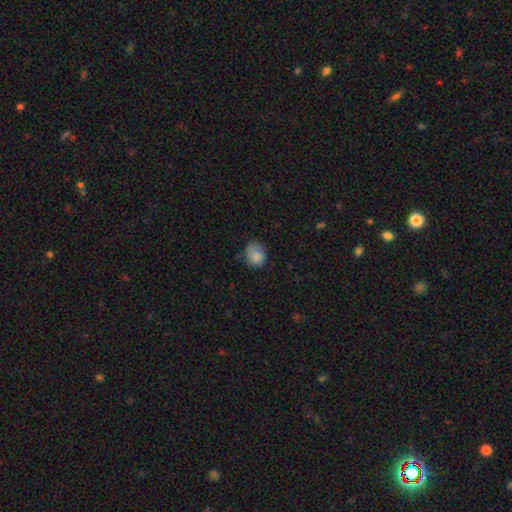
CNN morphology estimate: type=smooth (82%); roundness=round (58%); merging=none (55%).